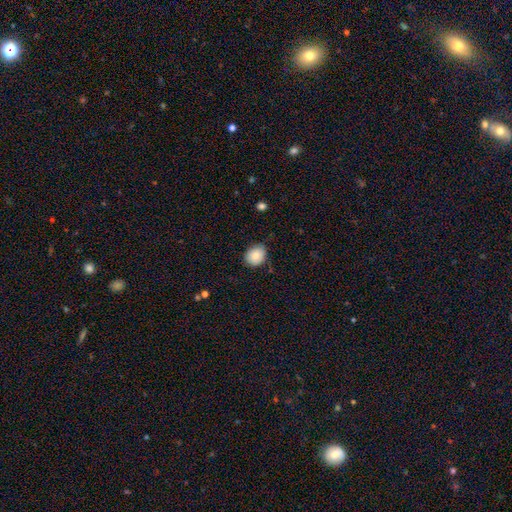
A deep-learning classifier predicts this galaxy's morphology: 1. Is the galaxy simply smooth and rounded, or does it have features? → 85% smooth, 8% star or artifact, 6% featured or disk.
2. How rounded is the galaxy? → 57% round, 42% in between, 1% cigar-shaped.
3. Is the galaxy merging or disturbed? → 73% none, 22% minor disturbance, 3% major disturbance, 2% merger.